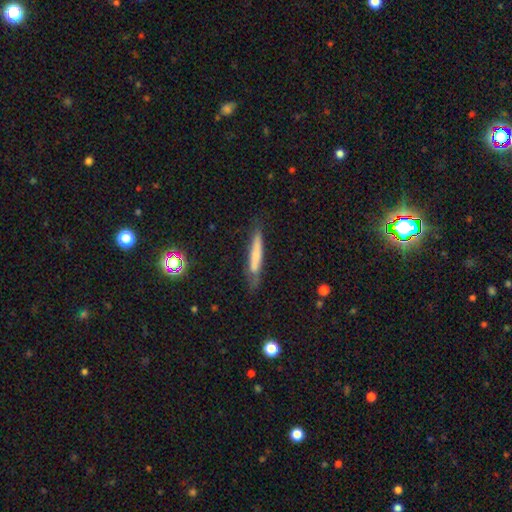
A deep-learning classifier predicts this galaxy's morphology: type=smooth (57%); roundness=cigar-shaped (91%); merging=none (66%).